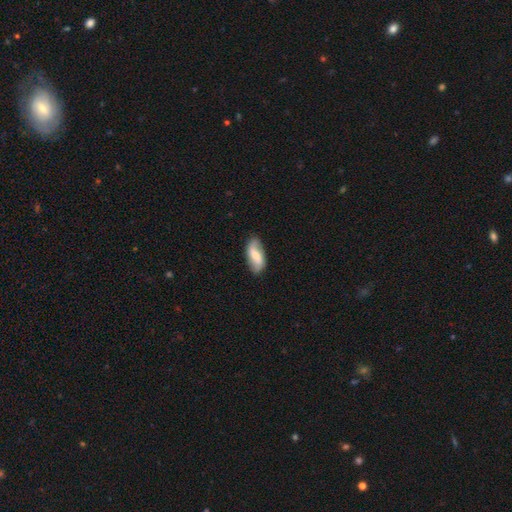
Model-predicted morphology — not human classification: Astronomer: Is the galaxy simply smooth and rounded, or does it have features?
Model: featured or disk — 52% (runner-up: smooth, 41%).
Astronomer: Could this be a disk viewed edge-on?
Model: no — 92%.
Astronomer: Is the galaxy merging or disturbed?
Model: none — 80%.